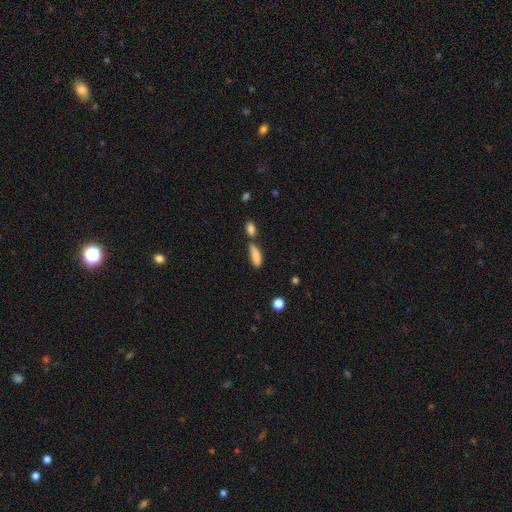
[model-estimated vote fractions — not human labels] Smooth or featured? smooth (84%)
How rounded? in between (60%)
Merging? none (48%)